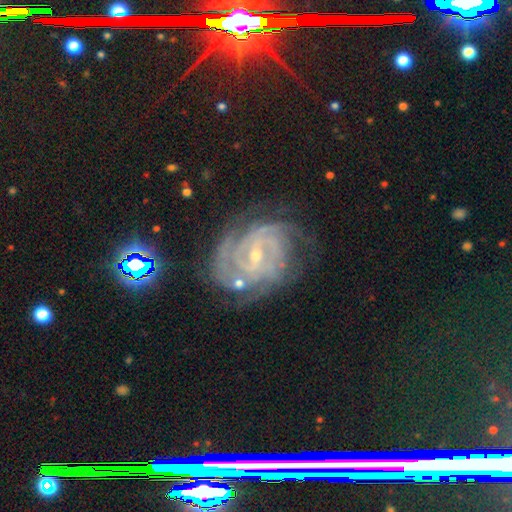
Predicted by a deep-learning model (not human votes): Smooth or featured? Predicted: featured or disk (p=0.86). Edge-on disk? Predicted: no (p=0.97). Bar? Predicted: weak (p=0.47). Spiral arms? Predicted: yes (p=0.97). Spiral winding? Predicted: tight (p=0.71). Spiral arm count? Predicted: can't tell (p=0.24). Bulge size? Predicted: small (p=0.74). Merging? Predicted: none (p=0.67).